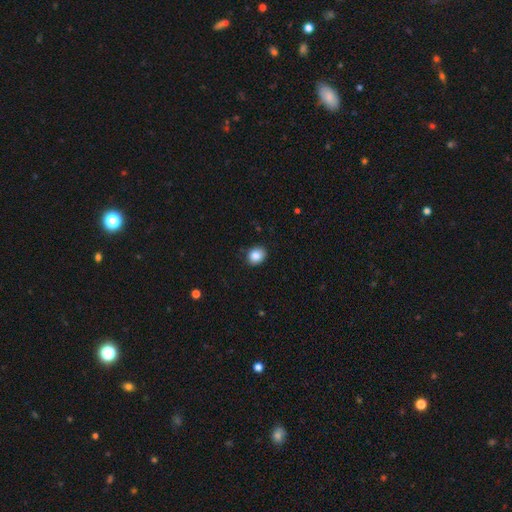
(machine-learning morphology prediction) Smooth or featured?
  - smooth: 87% *
  - star or artifact: 9%
  - featured or disk: 4%
How rounded?
  - round: 61% *
  - in between: 38%
  - cigar-shaped: 1%
Merging?
  - none: 86% *
  - minor disturbance: 11%
  - major disturbance: 2%
  - merger: 1%